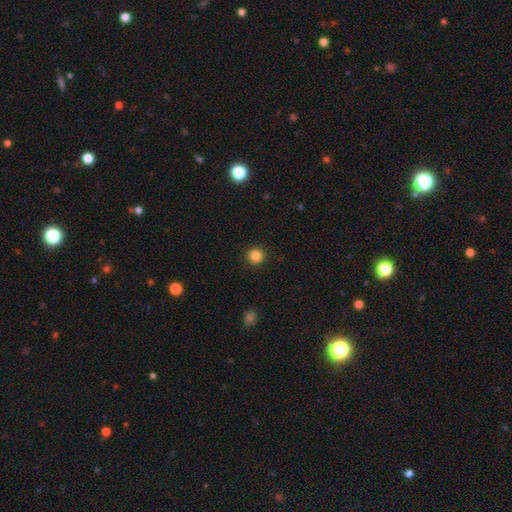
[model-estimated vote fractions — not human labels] Morphology: type=smooth (85%); roundness=round (95%); merging=none (92%).